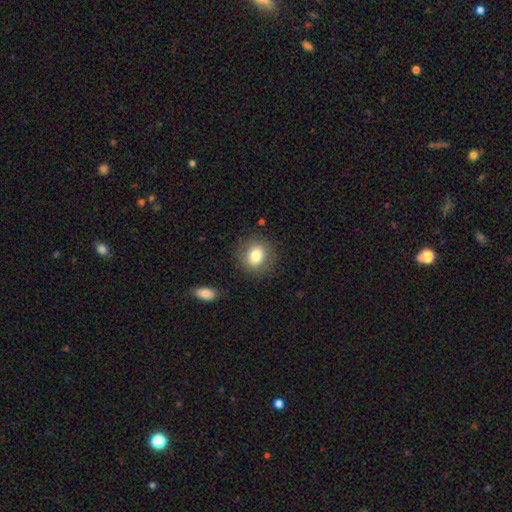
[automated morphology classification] type=smooth (80%); roundness=round (77%); merging=none (85%).